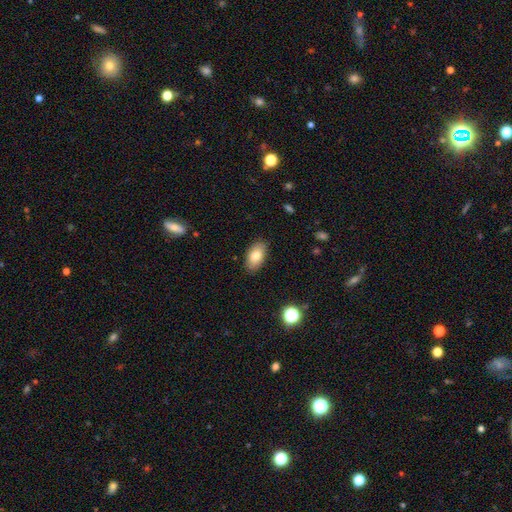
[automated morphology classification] Smooth or featured? Predicted: smooth (p=0.80). How rounded? Predicted: in between (p=0.93). Merging? Predicted: none (p=0.87).